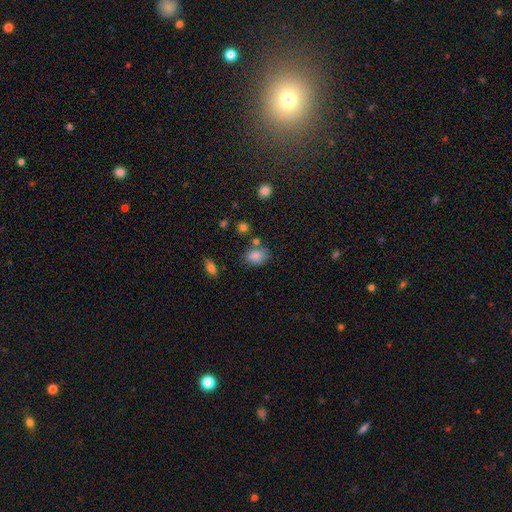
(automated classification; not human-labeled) smooth_or_featured: smooth (p=0.83) [alt: star or artifact p=0.10]
how_rounded: in between (p=0.78) [alt: round p=0.21]
merging: none (p=0.69) [alt: minor disturbance p=0.17]